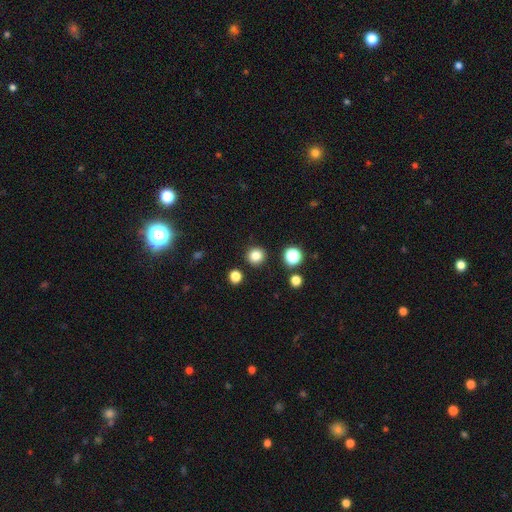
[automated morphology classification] The model was most divided on "smooth or featured": smooth: 82%, star or artifact: 13%, featured or disk: 5%. More confident: how rounded — round (94%); merging — none (91%).